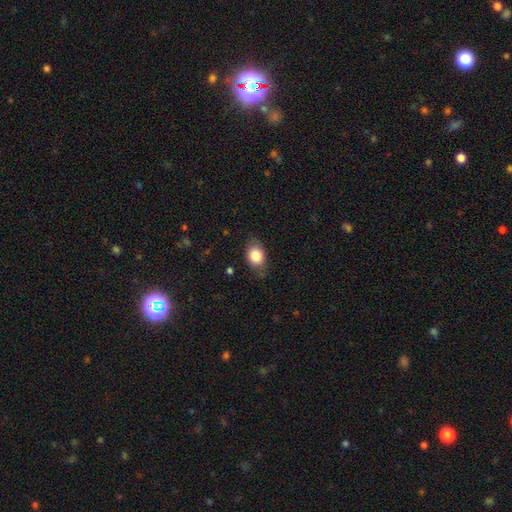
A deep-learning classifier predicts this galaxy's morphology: Q: Smooth or featured?
A: smooth (83%); runner-up: featured or disk (9%)
Q: How rounded?
A: in between (71%); runner-up: round (28%)
Q: Merging?
A: none (75%); runner-up: minor disturbance (19%)